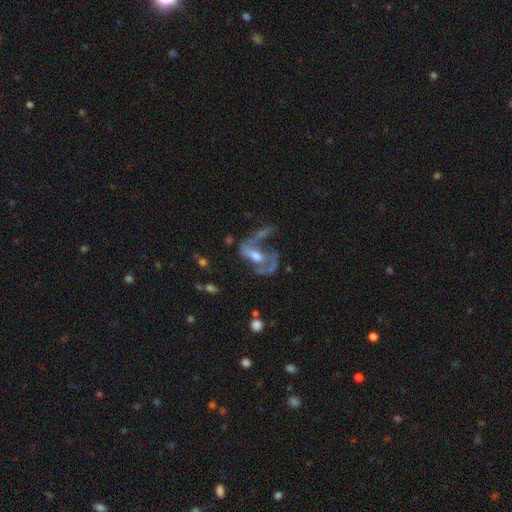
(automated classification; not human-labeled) Smooth or featured? Predicted: featured or disk (p=0.77). Edge-on disk? Predicted: no (p=0.94). Bar? Predicted: no (p=0.48). Spiral arms? Predicted: yes (p=0.74). Spiral winding? Predicted: loose (p=0.52). Spiral arm count? Predicted: 2 (p=0.61). Bulge size? Predicted: moderate (p=0.63). Merging? Predicted: major disturbance (p=0.44).